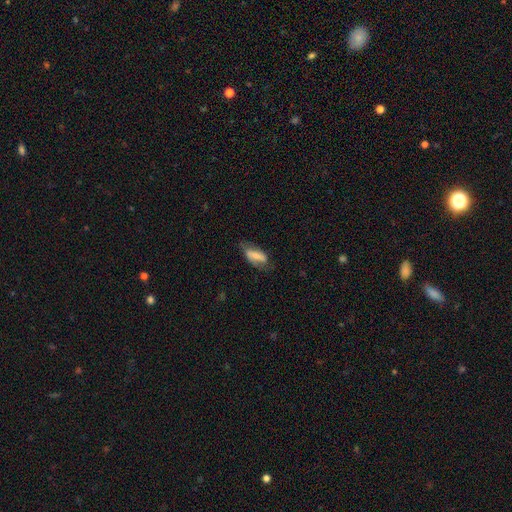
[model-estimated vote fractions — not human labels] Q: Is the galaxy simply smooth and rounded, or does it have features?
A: smooth — 53%.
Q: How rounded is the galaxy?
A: in between — 76%.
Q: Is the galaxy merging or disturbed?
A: none — 54%.